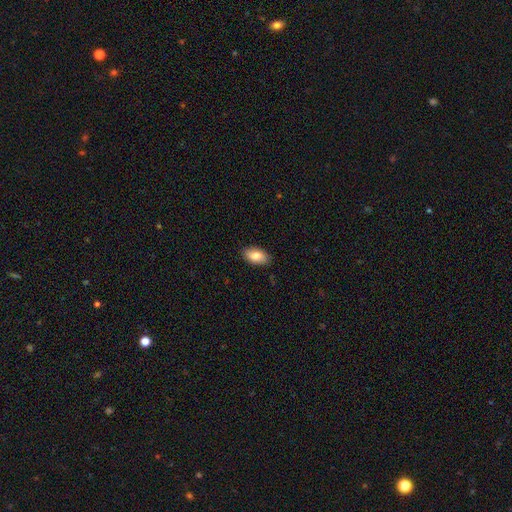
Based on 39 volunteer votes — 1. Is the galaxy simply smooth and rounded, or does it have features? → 74% smooth, 18% featured or disk, 8% star or artifact.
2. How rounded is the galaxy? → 97% in between, 3% round, 0% cigar-shaped.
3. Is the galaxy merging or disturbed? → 83% none, 14% minor disturbance, 3% major disturbance, 0% merger.